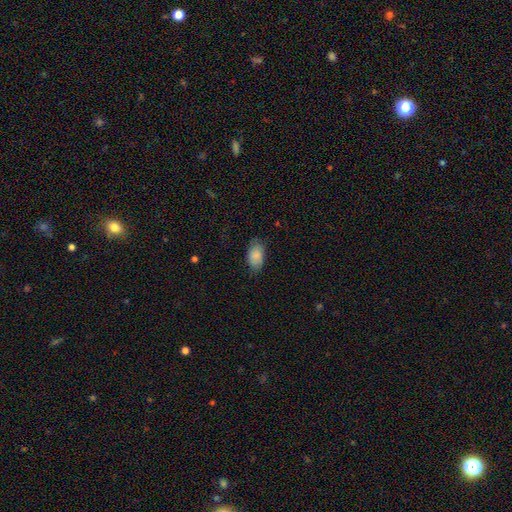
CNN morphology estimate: A smooth galaxy with no disk features (87%) that is in between round and cigar-shaped (92%).

Vote fractions:
- Smooth or featured? smooth: 87% / star or artifact: 7% / featured or disk: 6%
- How rounded? in between: 92% / round: 6% / cigar-shaped: 2%
- Merging? none: 74% / minor disturbance: 20% / major disturbance: 5% / merger: 1%